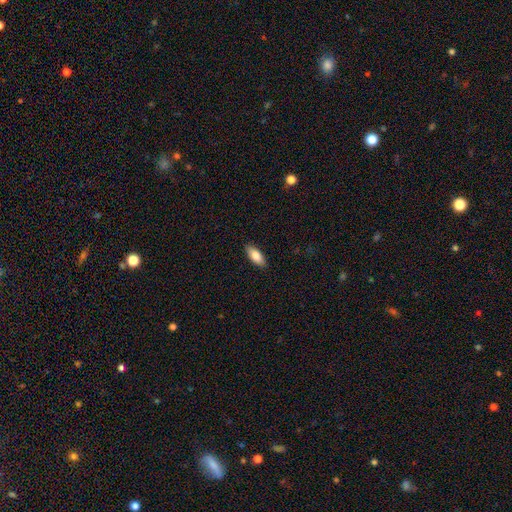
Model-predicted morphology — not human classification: smooth_or_featured: smooth (p=0.82) [alt: featured or disk p=0.12]
how_rounded: in between (p=0.81) [alt: cigar-shaped p=0.17]
merging: none (p=0.88) [alt: minor disturbance p=0.09]